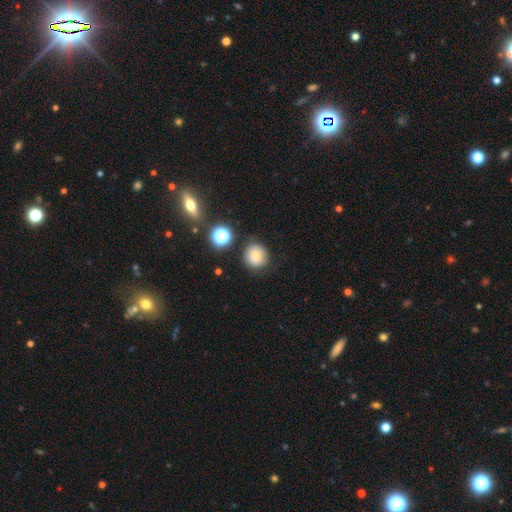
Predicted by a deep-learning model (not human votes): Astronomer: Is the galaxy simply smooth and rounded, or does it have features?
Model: smooth — 74%.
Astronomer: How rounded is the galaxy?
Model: round — 92%.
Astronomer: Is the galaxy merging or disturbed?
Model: none — 84%.